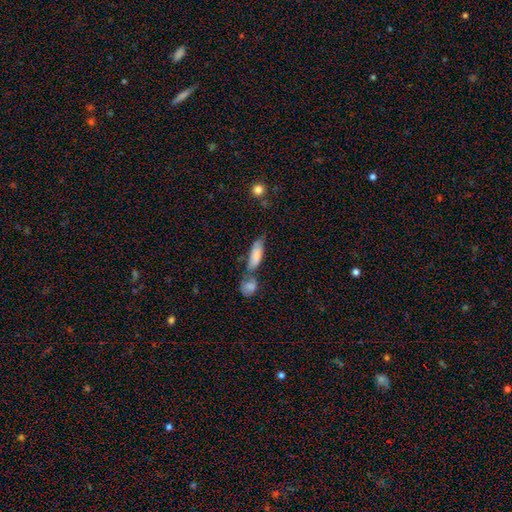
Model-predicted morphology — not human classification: A smooth galaxy with no disk features (79%) that is in between round and cigar-shaped (61%).

Vote fractions:
- Smooth or featured? smooth: 79% / featured or disk: 14% / star or artifact: 7%
- How rounded? in between: 61% / cigar-shaped: 36% / round: 3%
- Merging? none: 41% / merger: 33% / minor disturbance: 18% / major disturbance: 8%